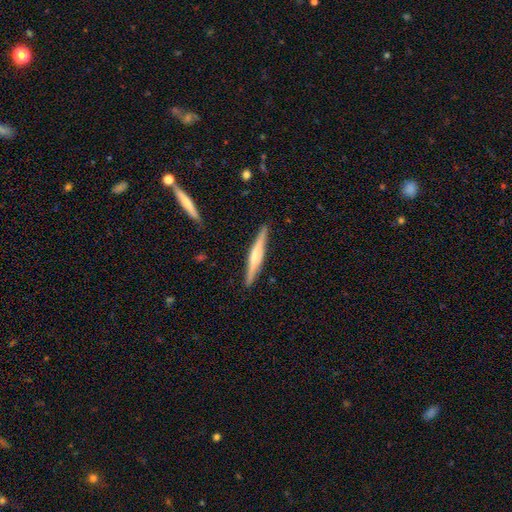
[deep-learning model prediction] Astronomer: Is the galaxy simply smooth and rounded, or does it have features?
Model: featured or disk — 62%.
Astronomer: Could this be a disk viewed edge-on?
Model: yes — 97%.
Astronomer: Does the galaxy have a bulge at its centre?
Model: rounded — 60%.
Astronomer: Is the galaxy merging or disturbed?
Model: none — 90%.